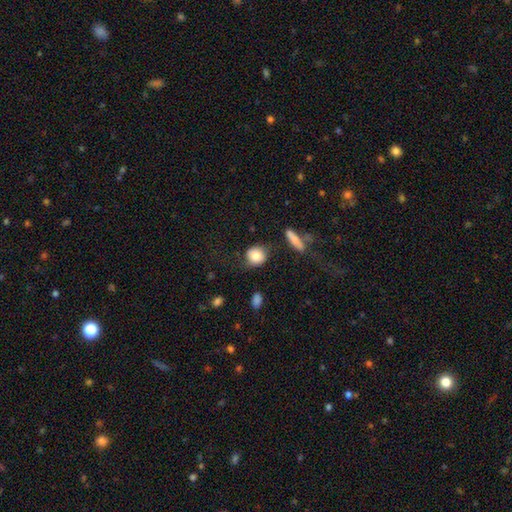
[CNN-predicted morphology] smooth 81%, featured or disk 11%, star or artifact 8%. Down the decision tree: how rounded — round (80%); merging — none (68%).